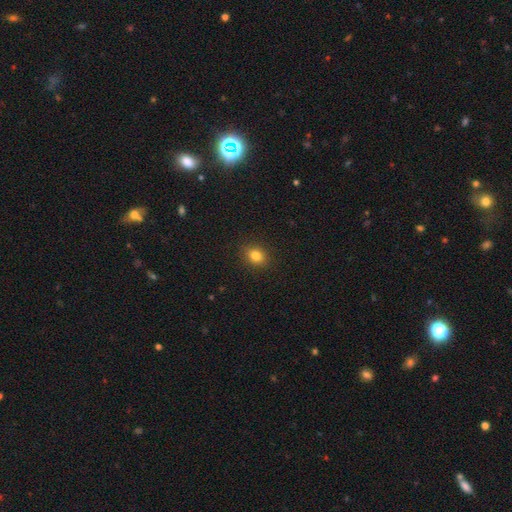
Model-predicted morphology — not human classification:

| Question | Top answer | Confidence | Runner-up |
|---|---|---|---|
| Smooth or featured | smooth | 82% | star or artifact (12%) |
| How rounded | round | 54% | in between (45%) |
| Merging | none | 90% | minor disturbance (7%) |